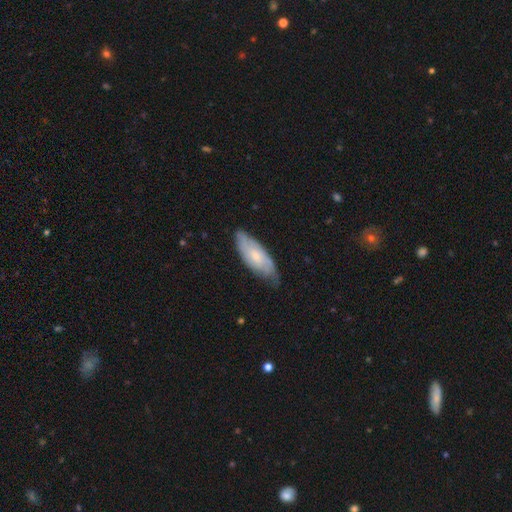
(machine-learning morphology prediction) Overall: featured or disk (51%; smooth 44%). Edge-on disk: no (83%). Merging: none (66%; minor disturbance 27%).